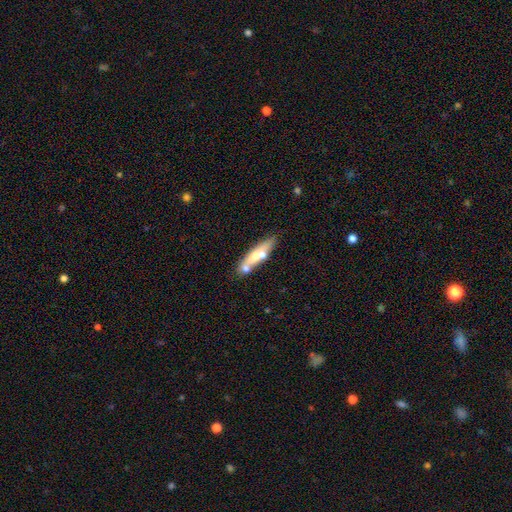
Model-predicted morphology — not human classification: Overall: smooth (53%; featured or disk 40%). How rounded: cigar-shaped (72%). Merging: none (57%; merger 22%).